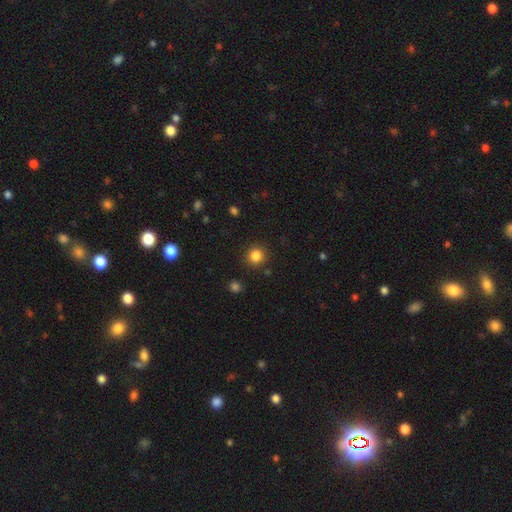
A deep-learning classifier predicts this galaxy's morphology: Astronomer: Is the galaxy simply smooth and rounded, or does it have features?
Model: smooth — 84%.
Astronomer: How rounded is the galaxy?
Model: round — 92%.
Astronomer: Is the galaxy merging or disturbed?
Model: none — 90%.